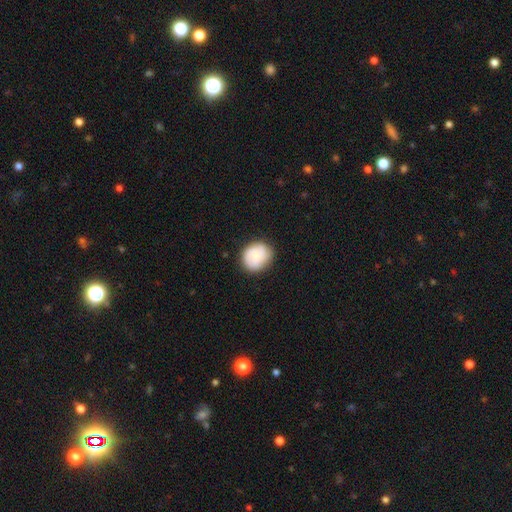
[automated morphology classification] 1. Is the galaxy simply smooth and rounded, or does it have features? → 71% smooth, 22% featured or disk, 7% star or artifact.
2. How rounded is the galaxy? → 70% round, 29% in between, 1% cigar-shaped.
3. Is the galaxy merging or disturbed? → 78% none, 17% minor disturbance, 4% major disturbance, 1% merger.